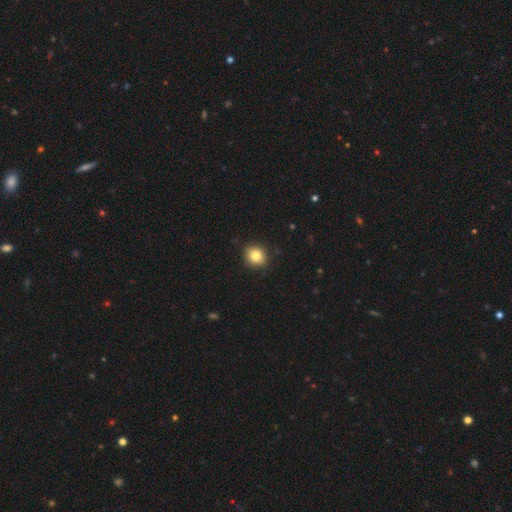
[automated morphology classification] This appears to be a smooth galaxy with no disk features (81%) that is round (77%). Merging: none (89%).